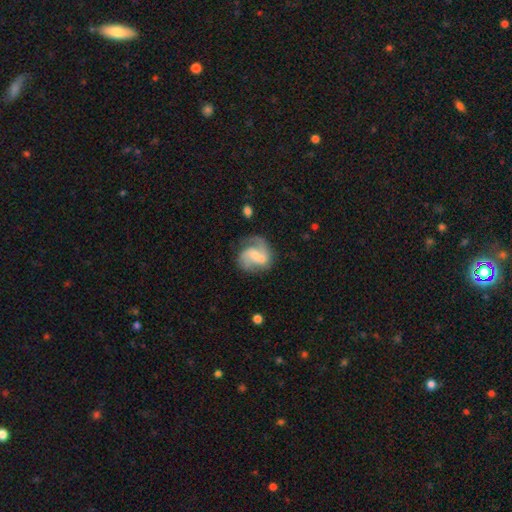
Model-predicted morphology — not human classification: This appears to be a featured or disk galaxy (76%) with no bar (50%), 2 (77%) medium (51%) spiral arms (91%) and a small central bulge (45%). Merging: none (50%).